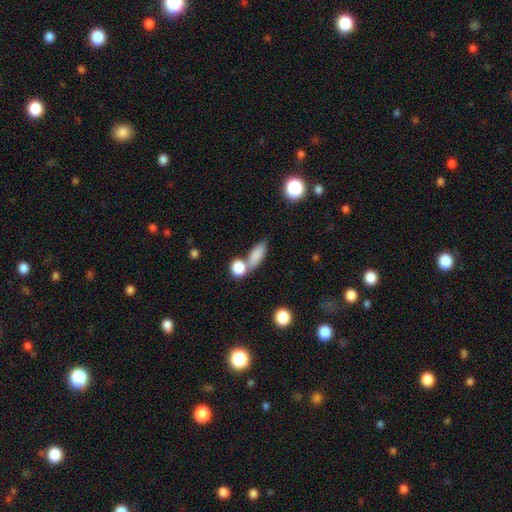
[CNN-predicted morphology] This appears to be a smooth galaxy with no disk features (82%) that is in between round and cigar-shaped (67%). Merging: none (54%).